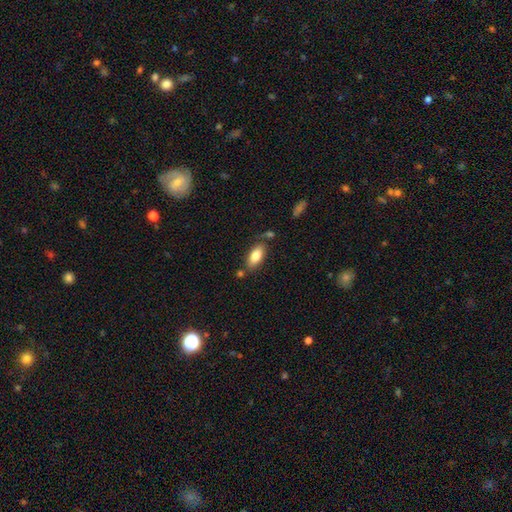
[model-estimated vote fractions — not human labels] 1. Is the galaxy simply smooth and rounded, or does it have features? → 82% smooth, 11% featured or disk, 7% star or artifact.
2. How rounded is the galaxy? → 90% in between, 8% cigar-shaped, 3% round.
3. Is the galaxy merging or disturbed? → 72% none, 15% minor disturbance, 9% merger, 4% major disturbance.